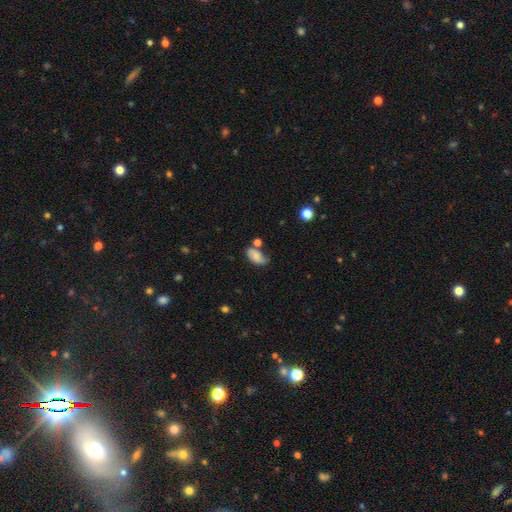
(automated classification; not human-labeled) smooth 56%, featured or disk 35%, star or artifact 9%. Down the decision tree: how rounded — in between (91%); merging — none (46%).